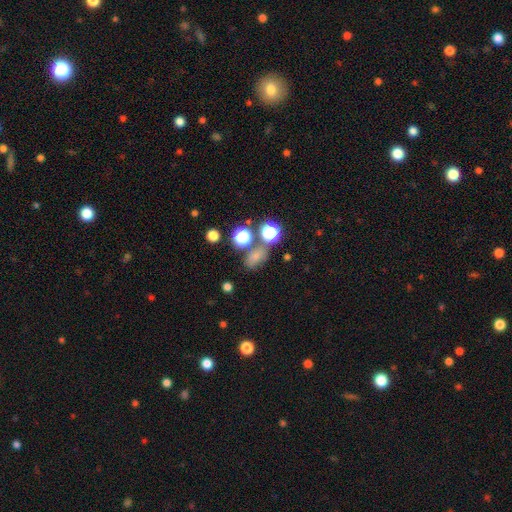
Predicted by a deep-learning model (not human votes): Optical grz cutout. It shows a smooth galaxy with no disk features (64%) that is in between round and cigar-shaped (66%). Merging: none (59%).